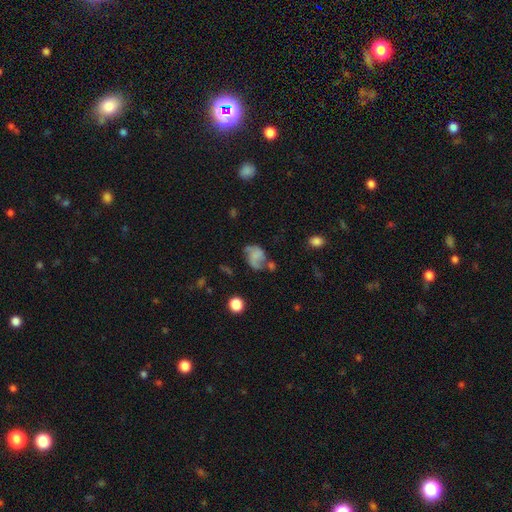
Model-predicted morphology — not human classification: This appears to be a featured or disk galaxy (44%). Merging: none (37%).